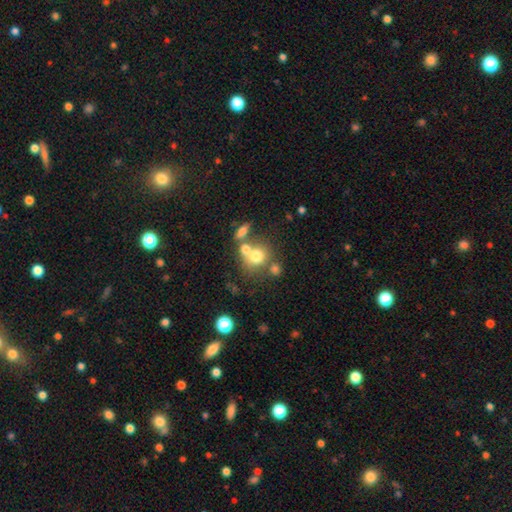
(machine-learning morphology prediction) Smooth or featured? smooth (69%)
How rounded? round (77%)
Merging? none (42%, tied with merger)